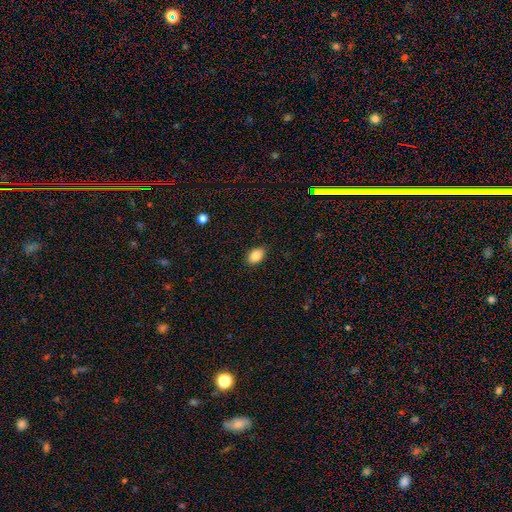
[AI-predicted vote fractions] A smooth galaxy with no disk features (87%) that is in between round and cigar-shaped (87%).

Vote fractions:
- Smooth or featured? smooth: 87% / star or artifact: 8% / featured or disk: 5%
- How rounded? in between: 87% / round: 12% / cigar-shaped: 1%
- Merging? none: 88% / minor disturbance: 9% / major disturbance: 2% / merger: 1%